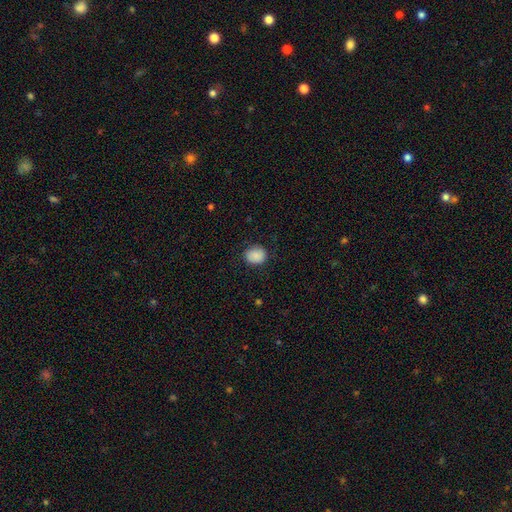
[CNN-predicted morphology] type=smooth (88%); roundness=round (63%); merging=none (83%).